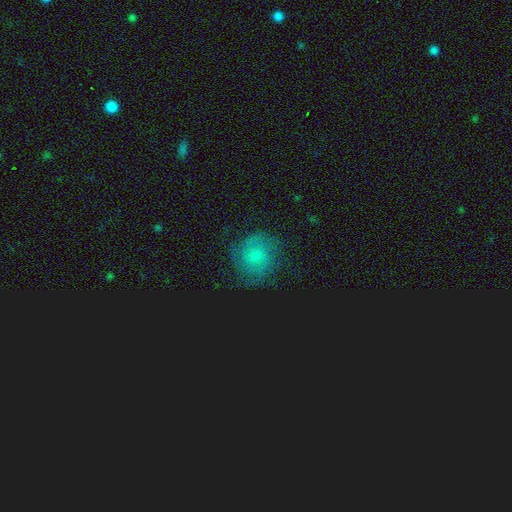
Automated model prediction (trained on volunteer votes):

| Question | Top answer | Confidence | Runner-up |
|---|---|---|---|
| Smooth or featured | featured or disk | 49% | smooth (35%) |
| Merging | none | 74% | minor disturbance (17%) |